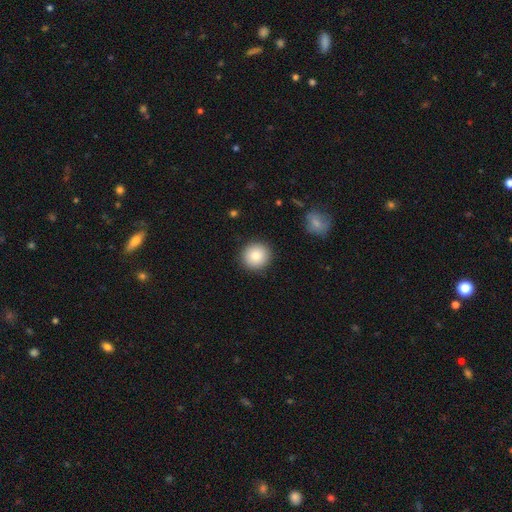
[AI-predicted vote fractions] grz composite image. It shows a smooth galaxy with no disk features (82%) that is round (93%). Merging: none (91%).